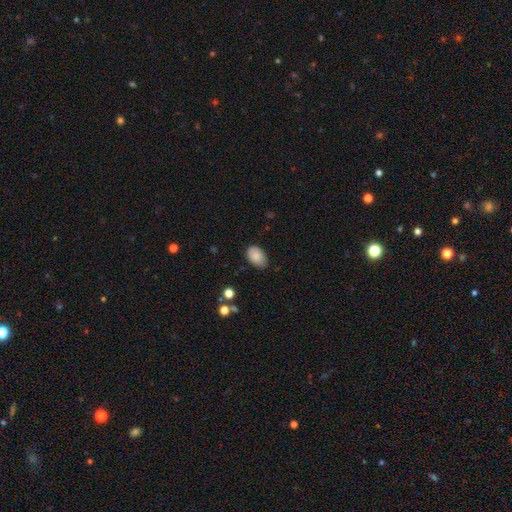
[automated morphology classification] A smooth galaxy with no disk features (86%) that is in between round and cigar-shaped (89%).

Vote fractions:
- Smooth or featured? smooth: 86% / star or artifact: 7% / featured or disk: 7%
- How rounded? in between: 89% / round: 9% / cigar-shaped: 1%
- Merging? none: 74% / minor disturbance: 21% / major disturbance: 3% / merger: 1%